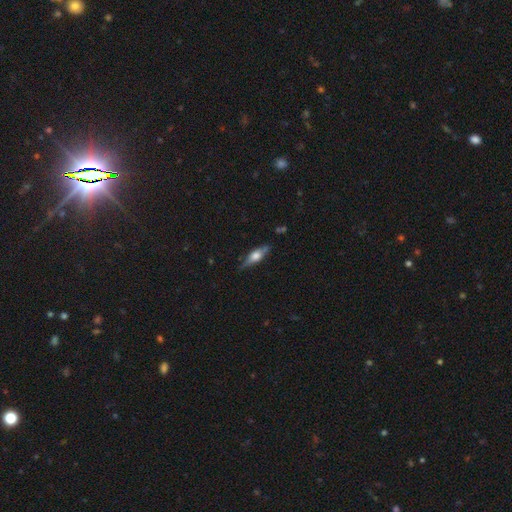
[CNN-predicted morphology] Smooth or featured? Predicted: featured or disk (p=0.58). Edge-on disk? Predicted: yes (p=0.91). Edge-on bulge? Predicted: rounded (p=0.88). Merging? Predicted: none (p=0.78).